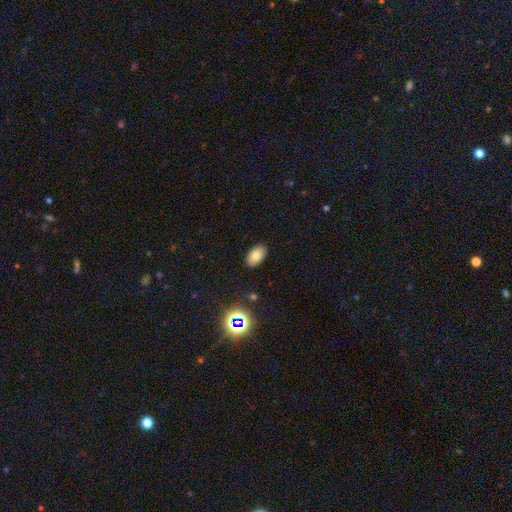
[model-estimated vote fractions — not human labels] A smooth galaxy with no disk features (76%) that is in between round and cigar-shaped (93%).

Vote fractions:
- Smooth or featured? smooth: 76% / star or artifact: 12% / featured or disk: 11%
- How rounded? in between: 93% / round: 6% / cigar-shaped: 1%
- Merging? none: 88% / minor disturbance: 9% / major disturbance: 2% / merger: 1%